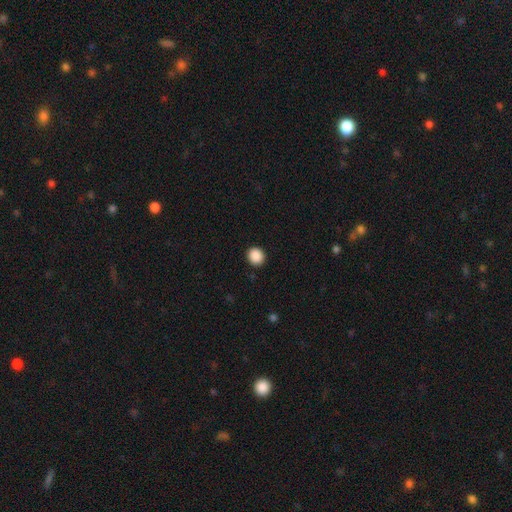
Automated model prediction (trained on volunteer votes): This is clearly a smooth galaxy (89%). How rounded: clearly round (80%). Merging: clearly none (92%).